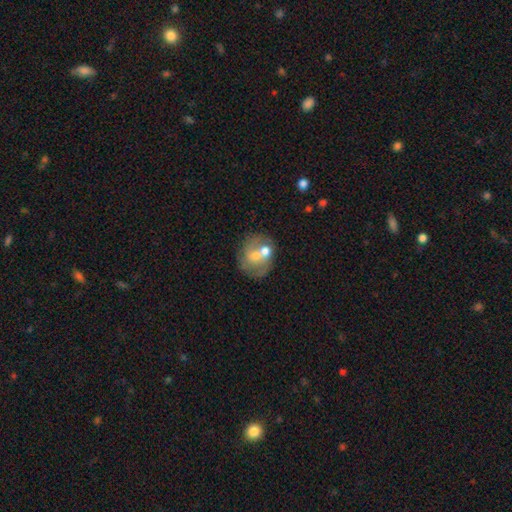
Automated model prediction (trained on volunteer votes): Smooth or featured? featured or disk (49%)
Merging? none (42%)